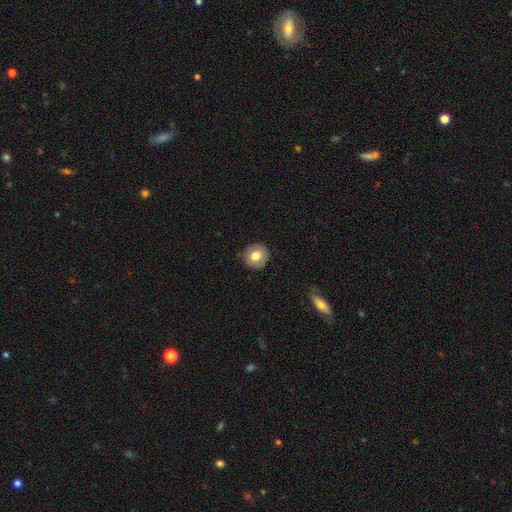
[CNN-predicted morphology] A smooth galaxy with no disk features (76%) that is round (93%).

Vote fractions:
- Smooth or featured? smooth: 76% / featured or disk: 15% / star or artifact: 8%
- How rounded? round: 93% / in between: 6% / cigar-shaped: 1%
- Merging? none: 89% / minor disturbance: 8% / major disturbance: 2% / merger: 1%